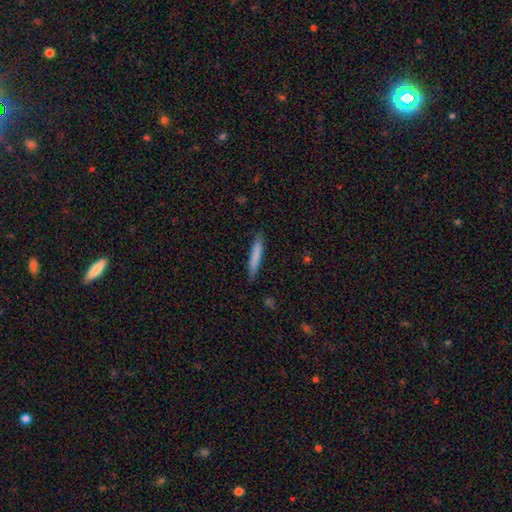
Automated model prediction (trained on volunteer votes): smooth-or-featured: smooth: 77% | featured or disk: 17% | star or artifact: 6%
  how-rounded: cigar-shaped: 94% | in between: 5% | round: 1%
  merging: none: 86% | minor disturbance: 11% | major disturbance: 2% | merger: 1%